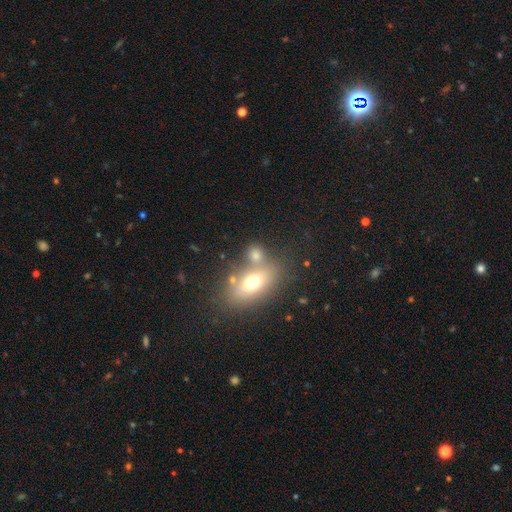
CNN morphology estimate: This is likely a smooth galaxy (70%). How rounded: possibly in between (57%). Merging: possibly none (51%).